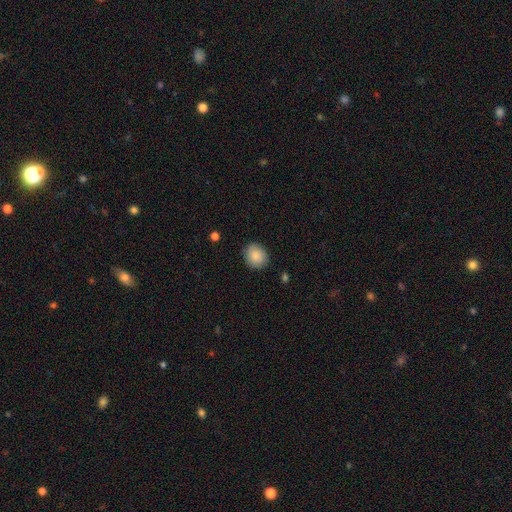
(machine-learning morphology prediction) Q: Smooth or featured?
A: smooth (88%); runner-up: star or artifact (7%)
Q: How rounded?
A: round (65%); runner-up: in between (34%)
Q: Merging?
A: none (85%); runner-up: minor disturbance (11%)